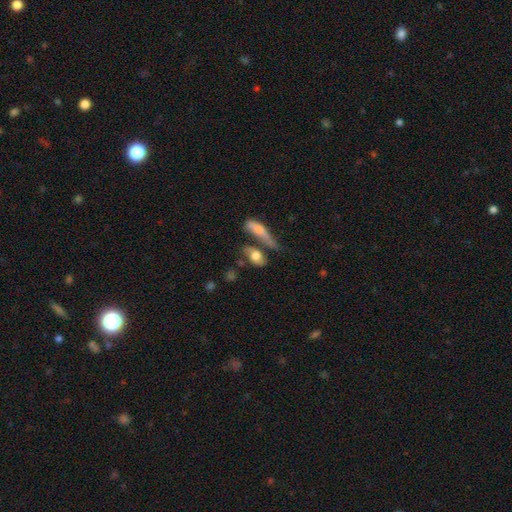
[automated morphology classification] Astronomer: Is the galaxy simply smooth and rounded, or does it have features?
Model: smooth — 66%.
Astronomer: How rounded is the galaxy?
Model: in between — 70%.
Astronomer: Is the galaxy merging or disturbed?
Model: none — 37% (runner-up: merger, 35%).